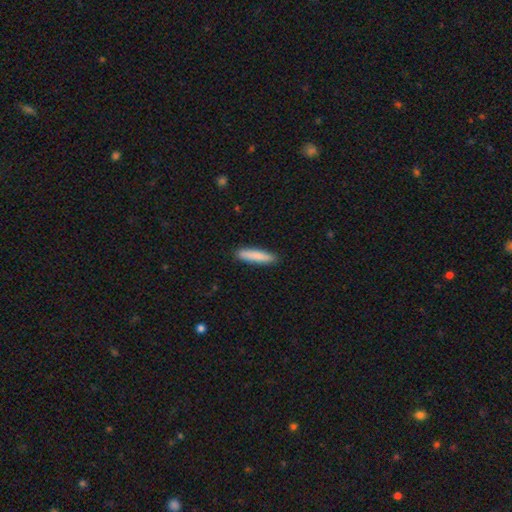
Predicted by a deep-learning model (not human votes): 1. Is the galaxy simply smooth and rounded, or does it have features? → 85% smooth, 9% featured or disk, 6% star or artifact.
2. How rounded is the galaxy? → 87% cigar-shaped, 11% in between, 1% round.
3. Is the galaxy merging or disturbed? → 90% none, 7% minor disturbance, 2% major disturbance, 1% merger.